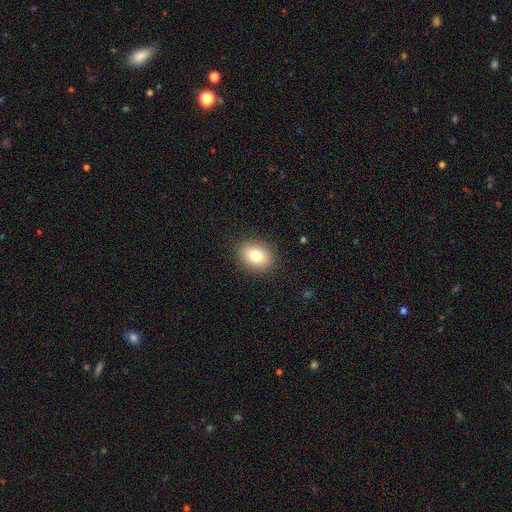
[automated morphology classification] A smooth galaxy with no disk features (79%) that is in between round and cigar-shaped (60%).

Vote fractions:
- Smooth or featured? smooth: 79% / featured or disk: 12% / star or artifact: 9%
- How rounded? in between: 60% / round: 39% / cigar-shaped: 1%
- Merging? none: 88% / minor disturbance: 8% / major disturbance: 3% / merger: 1%